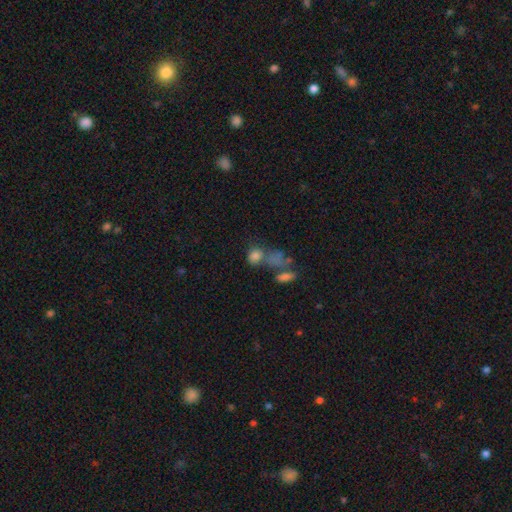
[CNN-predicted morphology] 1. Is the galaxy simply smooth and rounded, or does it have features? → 75% smooth, 13% star or artifact, 12% featured or disk.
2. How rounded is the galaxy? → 50% round, 46% in between, 4% cigar-shaped.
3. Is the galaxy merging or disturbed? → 41% merger, 35% none, 12% minor disturbance, 12% major disturbance.